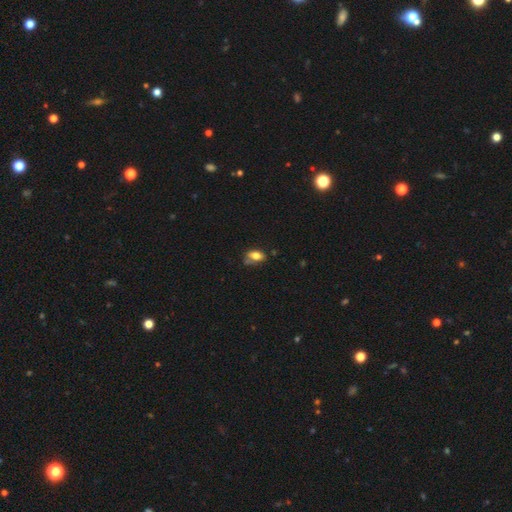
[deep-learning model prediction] Smooth or featured? smooth (77%)
How rounded? in between (88%)
Merging? none (46%)